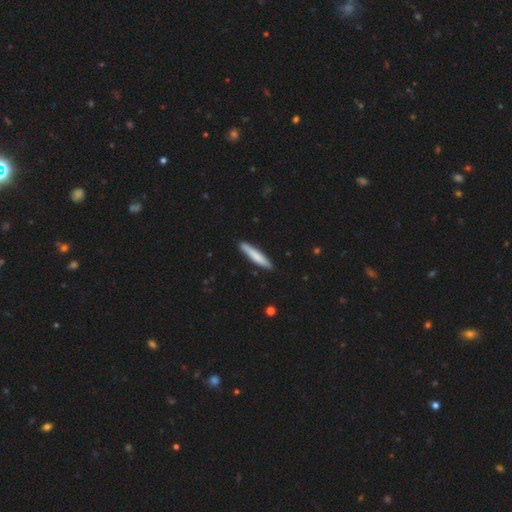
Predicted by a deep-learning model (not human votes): This is likely a smooth galaxy (77%). How rounded: clearly cigar-shaped (92%). Merging: clearly none (88%).